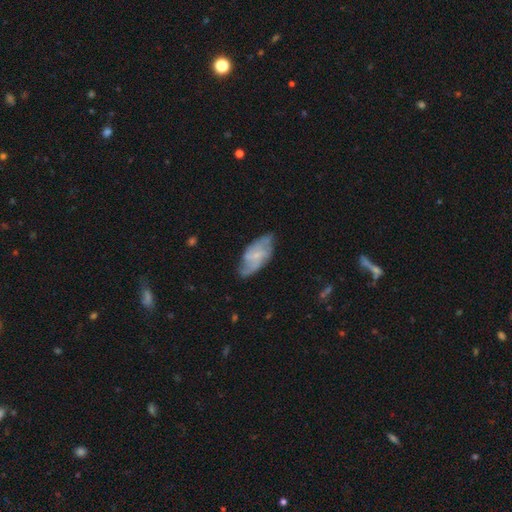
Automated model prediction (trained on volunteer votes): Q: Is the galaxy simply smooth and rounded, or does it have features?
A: featured or disk — 65%.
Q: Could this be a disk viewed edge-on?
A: no — 93%.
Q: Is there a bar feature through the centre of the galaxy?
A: no — 46%.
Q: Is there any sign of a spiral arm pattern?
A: yes — 85%.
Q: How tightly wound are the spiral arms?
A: medium — 44%.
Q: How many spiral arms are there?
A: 2 — 65%.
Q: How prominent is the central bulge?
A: small — 64%.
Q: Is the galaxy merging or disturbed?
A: none — 65%.